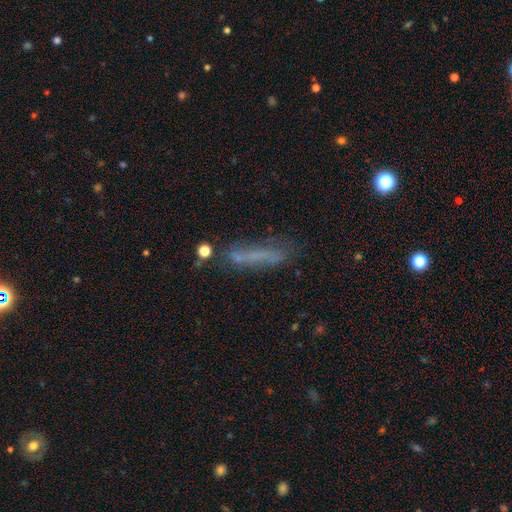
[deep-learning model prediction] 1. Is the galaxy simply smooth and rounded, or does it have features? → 55% smooth, 33% featured or disk, 13% star or artifact.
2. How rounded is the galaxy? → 83% cigar-shaped, 15% in between, 2% round.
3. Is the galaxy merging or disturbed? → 58% none, 23% minor disturbance, 12% major disturbance, 7% merger.